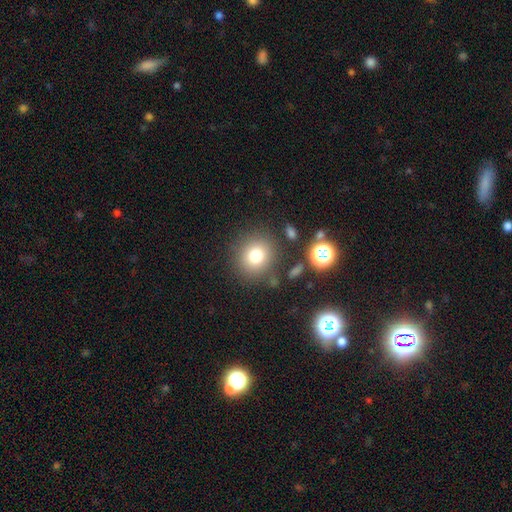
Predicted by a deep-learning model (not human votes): Overall: smooth (78%). How rounded: round (85%). Merging: none (82%).